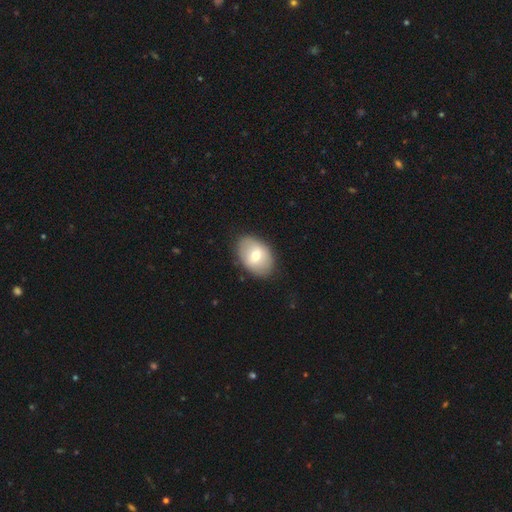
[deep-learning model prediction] Smooth or featured? smooth (67%)
How rounded? in between (83%)
Merging? none (85%)